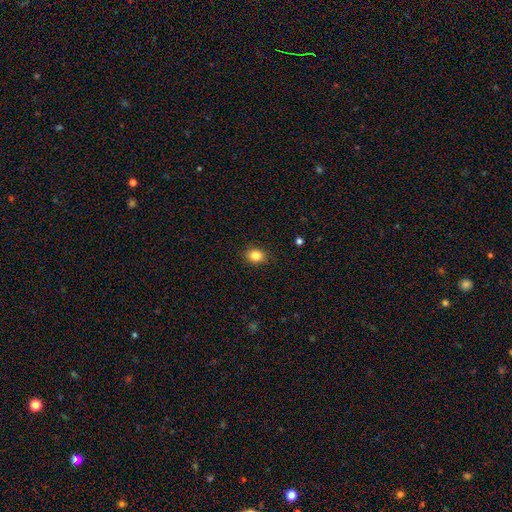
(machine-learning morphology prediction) smooth_or_featured: smooth (p=0.84) [alt: star or artifact p=0.10]
how_rounded: round (p=0.50) [alt: in between p=0.49]
merging: none (p=0.88) [alt: minor disturbance p=0.09]